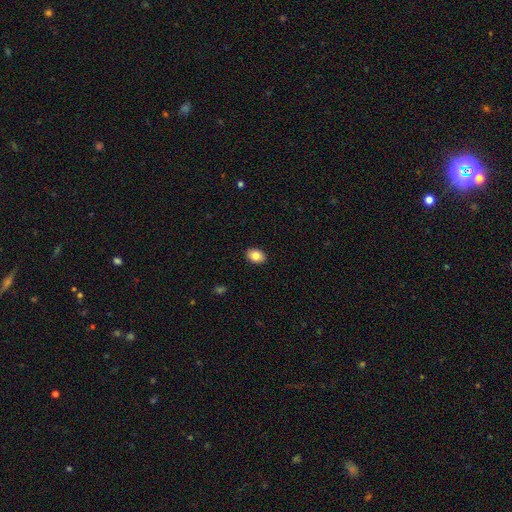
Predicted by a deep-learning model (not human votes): A smooth galaxy with no disk features (84%) that is in between round and cigar-shaped (78%). Merging: none (91%).